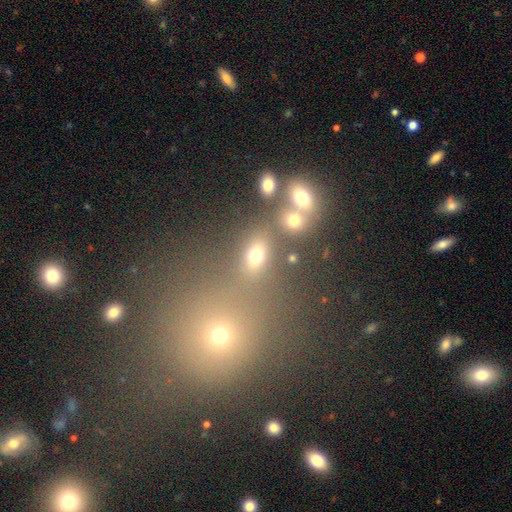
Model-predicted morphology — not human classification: smooth 68%, star or artifact 20%, featured or disk 12%. Down the decision tree: how rounded — in between (62%); merging — none (66%).